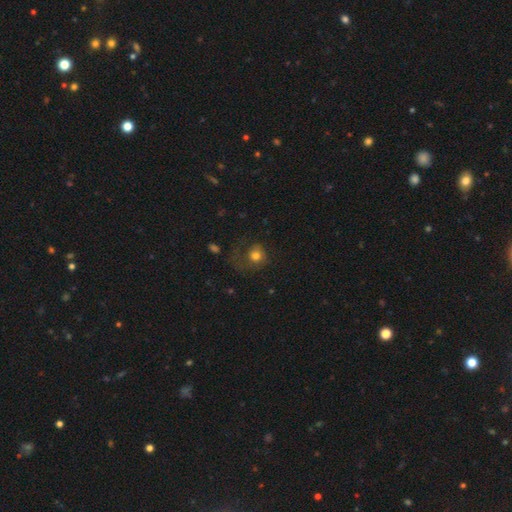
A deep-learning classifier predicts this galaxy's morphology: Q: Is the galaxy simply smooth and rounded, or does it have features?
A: smooth — 70%.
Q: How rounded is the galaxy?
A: round — 77%.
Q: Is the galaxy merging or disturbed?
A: major disturbance — 41%.